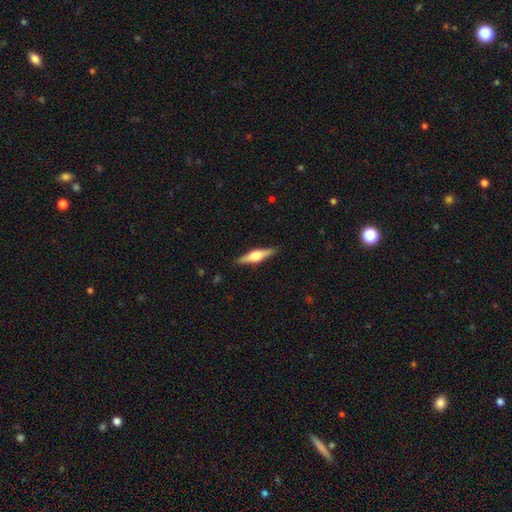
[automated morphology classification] featured or disk 62%, smooth 32%, star or artifact 6%. Down the decision tree: edge-on disk — yes (97%); edge-on bulge — rounded (92%); merging — none (89%).